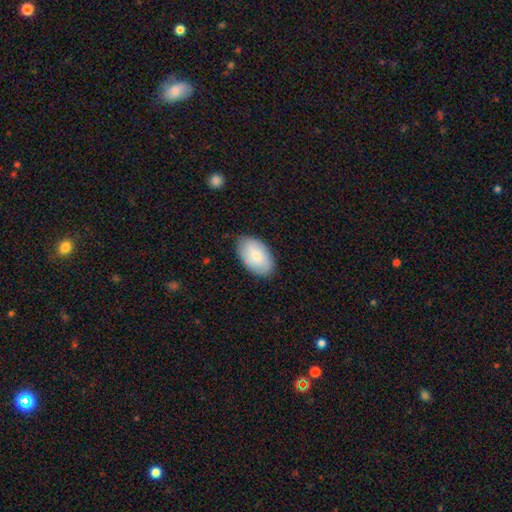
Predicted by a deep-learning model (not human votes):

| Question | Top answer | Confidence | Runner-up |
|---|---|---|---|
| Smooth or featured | smooth | 80% | featured or disk (14%) |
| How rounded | in between | 94% | round (5%) |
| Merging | none | 81% | minor disturbance (15%) |